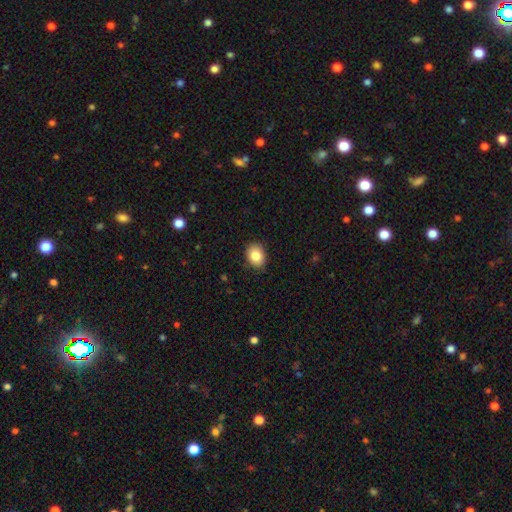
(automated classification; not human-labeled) The model was most divided on "how rounded": in between: 56%, round: 43%, cigar-shaped: 1%. More confident: merging — none (87%); smooth or featured — smooth (84%).